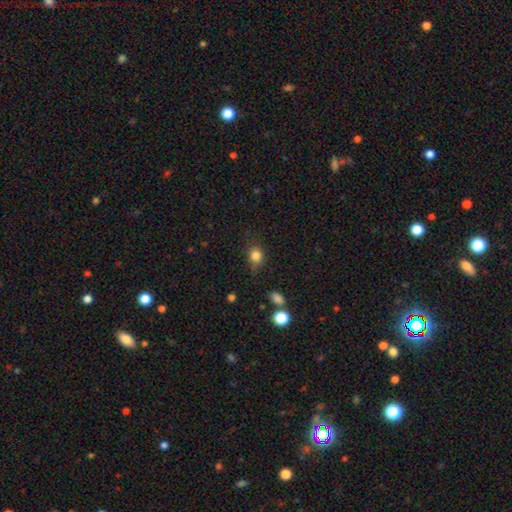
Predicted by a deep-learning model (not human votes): Q: Smooth or featured?
A: smooth (82%); runner-up: star or artifact (12%)
Q: How rounded?
A: round (61%); runner-up: in between (37%)
Q: Merging?
A: none (63%); runner-up: minor disturbance (27%)